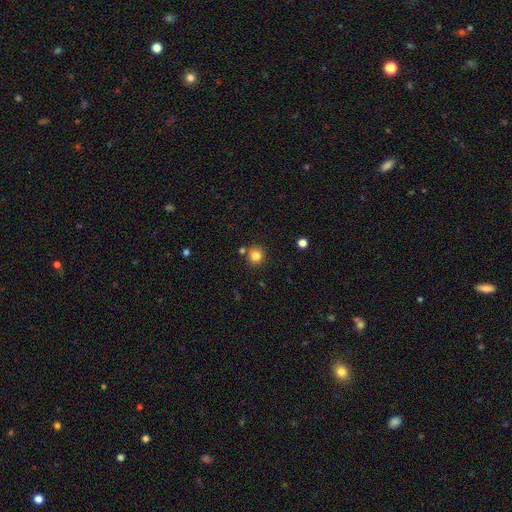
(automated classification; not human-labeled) Overall: smooth (82%). How rounded: round (92%). Merging: none (81%).